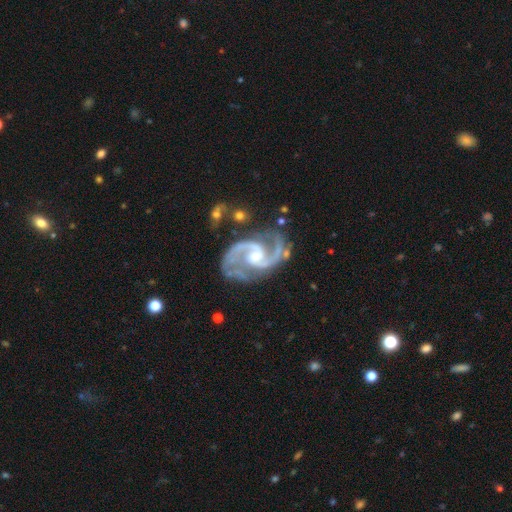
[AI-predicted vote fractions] A featured or disk galaxy (94%) with a weak bar (45%), 2 (91%) medium (65%) spiral arms (99%) and a moderate central bulge (52%). Merging: none (68%).